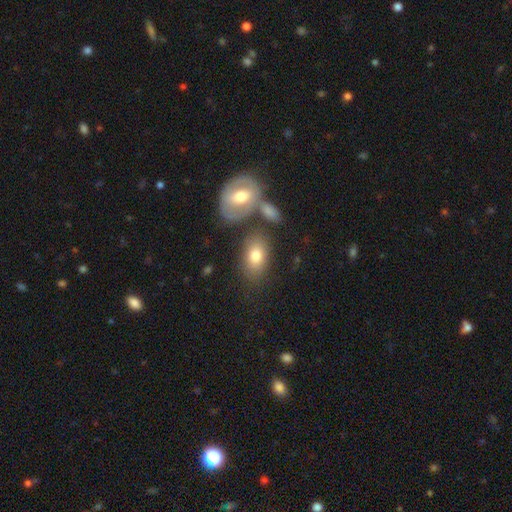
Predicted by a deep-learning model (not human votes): Morphology: type=smooth (74%); roundness=in between (87%); merging=none (61%).